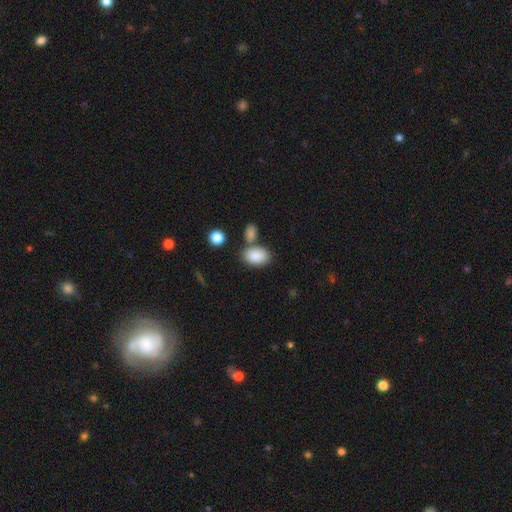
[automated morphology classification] Q: Smooth or featured?
A: smooth (87%); runner-up: star or artifact (7%)
Q: How rounded?
A: in between (90%); runner-up: round (8%)
Q: Merging?
A: none (61%); runner-up: merger (20%)